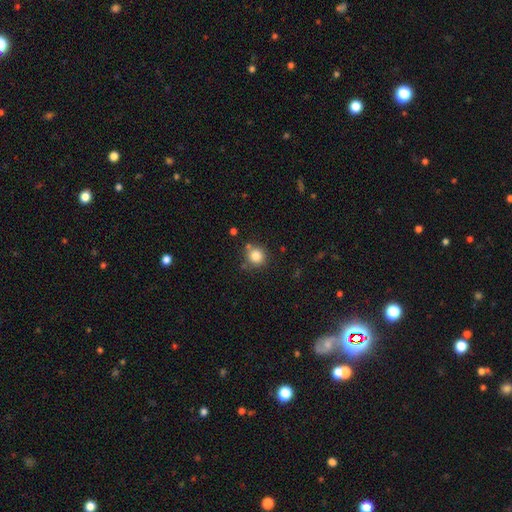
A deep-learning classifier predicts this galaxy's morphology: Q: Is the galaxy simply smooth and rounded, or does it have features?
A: smooth — 83%.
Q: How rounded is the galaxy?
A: round — 90%.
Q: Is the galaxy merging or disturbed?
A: none — 76%.